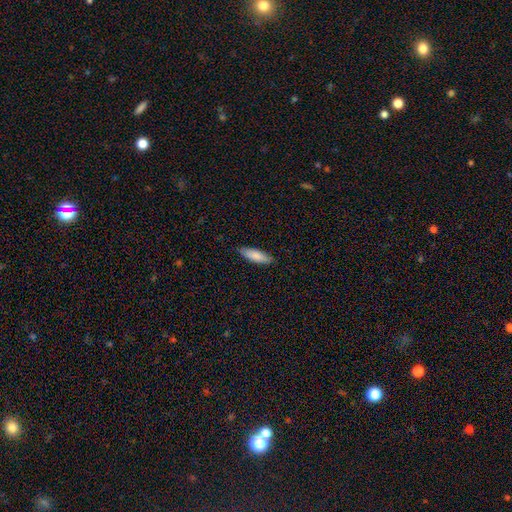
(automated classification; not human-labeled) Smooth or featured: smooth — 85% (featured or disk — 10%)
How rounded: in between — 51% (cigar-shaped — 48%)
Merging: none — 85% (minor disturbance — 12%)